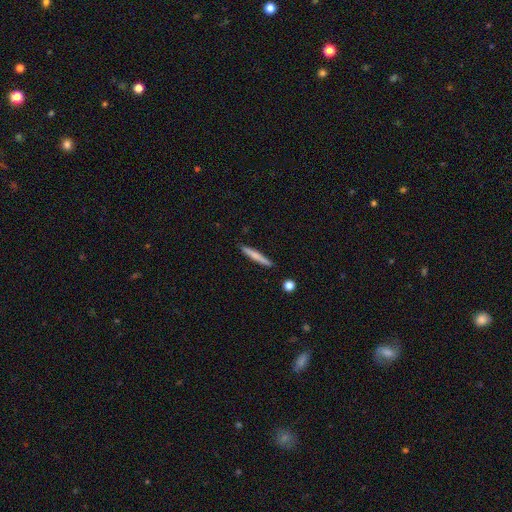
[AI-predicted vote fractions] Smooth or featured?
  - smooth: 68% *
  - featured or disk: 27%
  - star or artifact: 6%
How rounded?
  - cigar-shaped: 95% *
  - in between: 4%
  - round: 1%
Merging?
  - none: 88% *
  - minor disturbance: 8%
  - merger: 2%
  - major disturbance: 2%